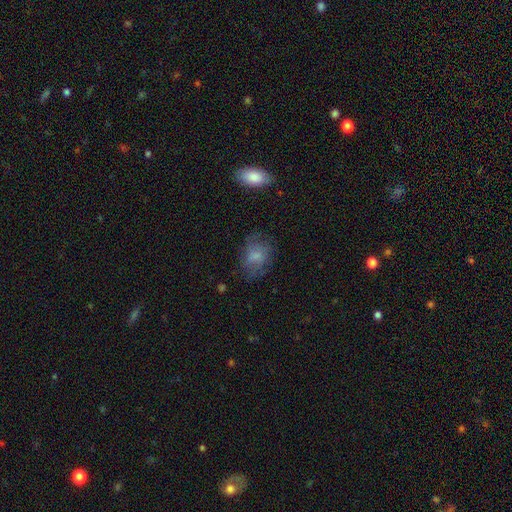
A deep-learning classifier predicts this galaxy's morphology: This appears to be a smooth galaxy with no disk features (63%) that is in between round and cigar-shaped (61%). Merging: none (57%).